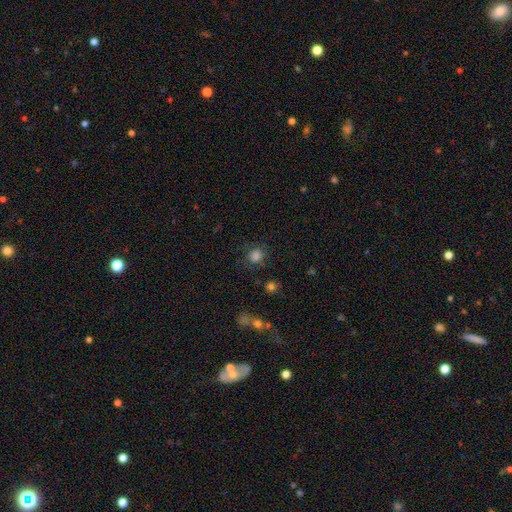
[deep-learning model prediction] Overall: smooth (82%). How rounded: round (80%). Merging: none (79%).